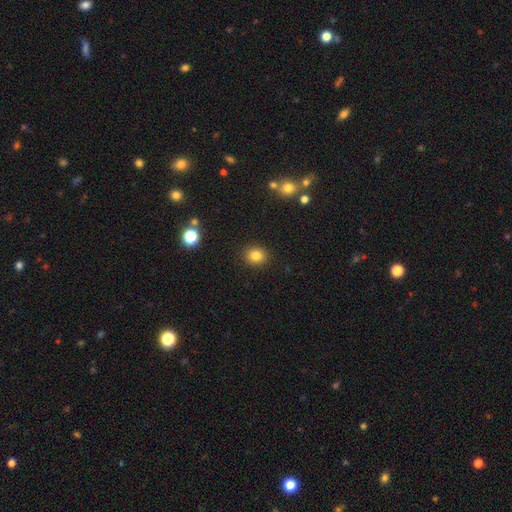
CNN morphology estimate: Smooth or featured? smooth (83%)
How rounded? round (73%)
Merging? none (90%)